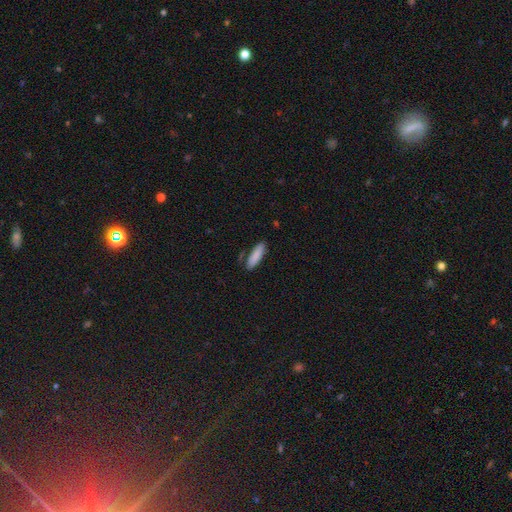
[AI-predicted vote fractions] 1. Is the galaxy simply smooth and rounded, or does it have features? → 86% smooth, 7% featured or disk, 6% star or artifact.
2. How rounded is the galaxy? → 59% cigar-shaped, 40% in between, 2% round.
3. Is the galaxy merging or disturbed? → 80% none, 13% minor disturbance, 4% merger, 3% major disturbance.